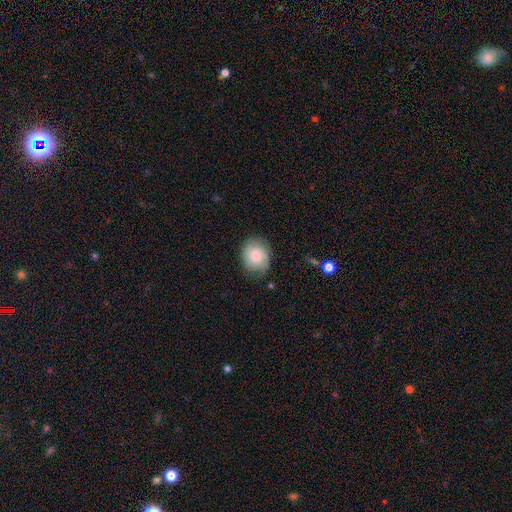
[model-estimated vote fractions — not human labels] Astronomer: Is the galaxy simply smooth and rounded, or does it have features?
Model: smooth — 58% (runner-up: featured or disk, 35%).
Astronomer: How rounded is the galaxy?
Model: round — 52% (runner-up: in between, 47%).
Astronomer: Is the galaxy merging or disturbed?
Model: none — 72%.